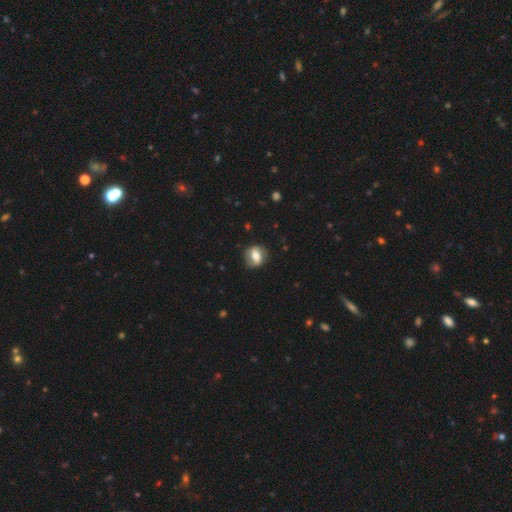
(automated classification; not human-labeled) This is possibly a smooth galaxy (58%). How rounded: possibly round (57%). Merging: clearly none (80%).